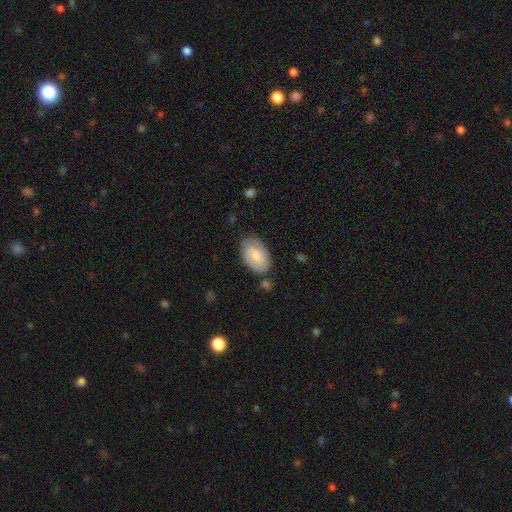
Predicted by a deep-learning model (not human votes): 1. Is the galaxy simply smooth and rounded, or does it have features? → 60% smooth, 34% featured or disk, 6% star or artifact.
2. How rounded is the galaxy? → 92% in between, 7% round, 1% cigar-shaped.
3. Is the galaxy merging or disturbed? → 73% none, 19% minor disturbance, 5% major disturbance, 4% merger.